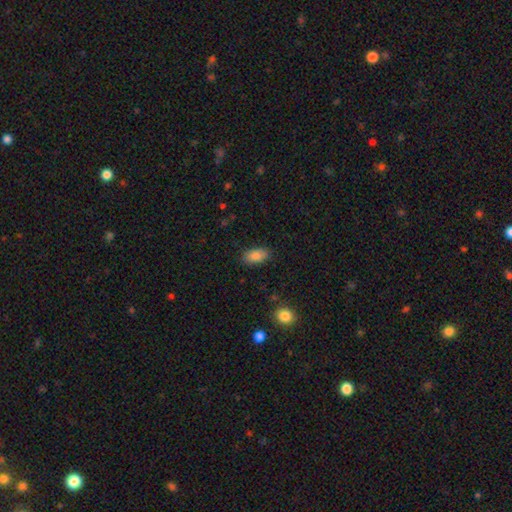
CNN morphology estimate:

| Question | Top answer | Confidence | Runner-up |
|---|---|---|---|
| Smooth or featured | smooth | 87% | star or artifact (8%) |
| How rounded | in between | 92% | round (4%) |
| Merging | none | 86% | minor disturbance (10%) |